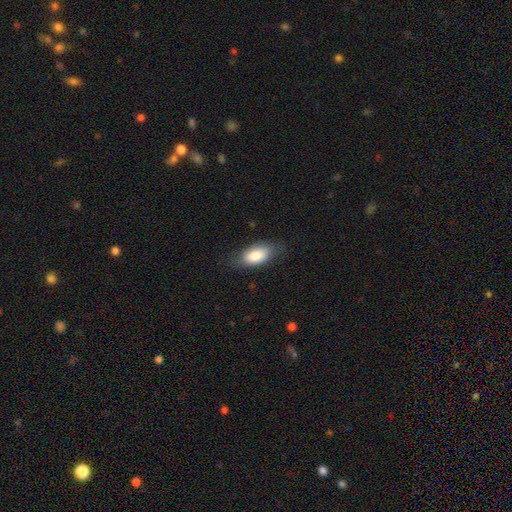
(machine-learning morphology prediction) This is clearly a smooth galaxy (85%). How rounded: clearly in between (91%). Merging: likely none (74%).